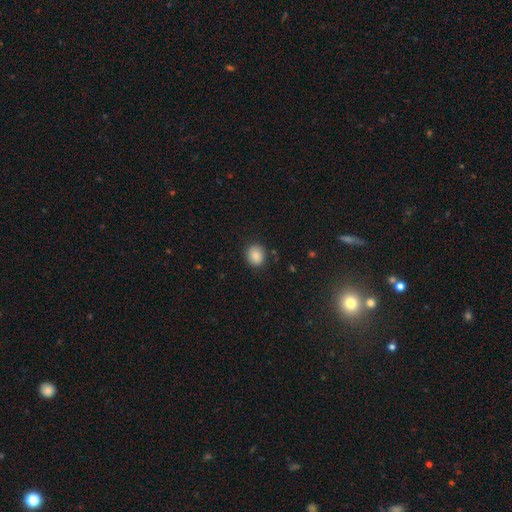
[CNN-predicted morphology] smooth_or_featured: smooth (p=0.87) [alt: star or artifact p=0.09]
how_rounded: round (p=0.71) [alt: in between p=0.28]
merging: none (p=0.86) [alt: minor disturbance p=0.10]